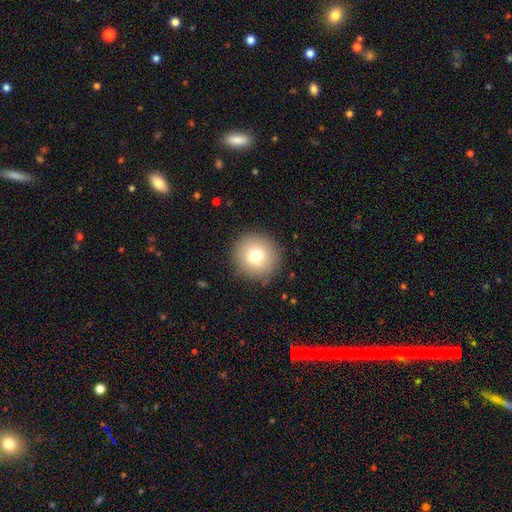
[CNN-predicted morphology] type=smooth (74%); roundness=round (95%); merging=none (89%).